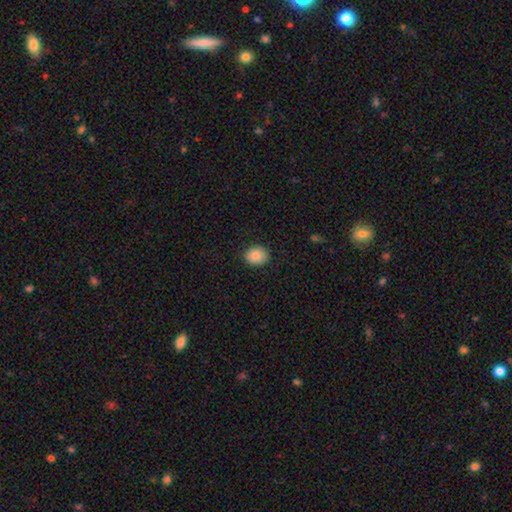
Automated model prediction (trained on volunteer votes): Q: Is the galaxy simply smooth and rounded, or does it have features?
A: smooth — 87%.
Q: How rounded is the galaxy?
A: round — 61%.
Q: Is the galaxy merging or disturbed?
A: none — 88%.